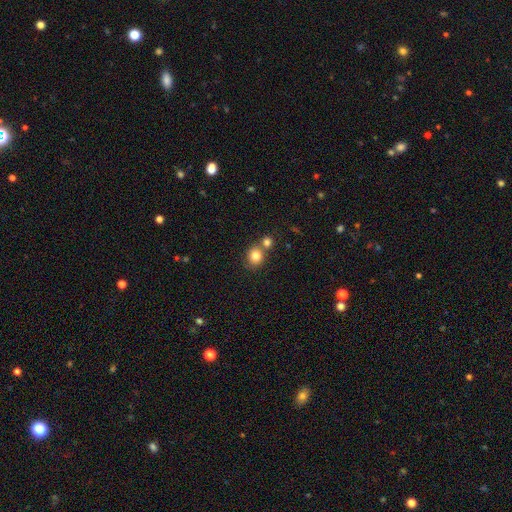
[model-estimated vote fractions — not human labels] smooth-or-featured: smooth: 81% | star or artifact: 11% | featured or disk: 8%
  how-rounded: round: 79% | in between: 20% | cigar-shaped: 1%
  merging: none: 57% | merger: 33% | minor disturbance: 8% | major disturbance: 3%